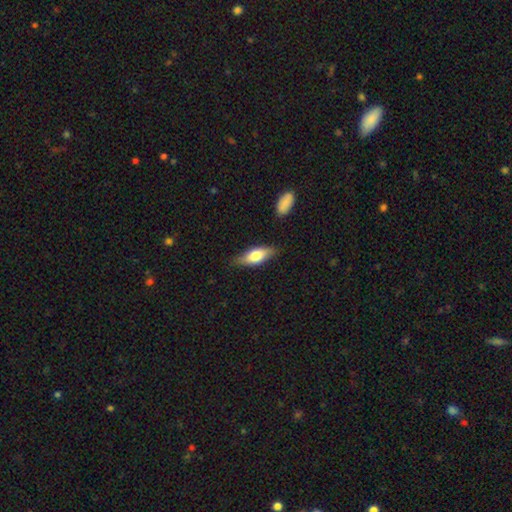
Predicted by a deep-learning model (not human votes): Morphology: type=smooth (65%); roundness=in between (72%); merging=none (79%).